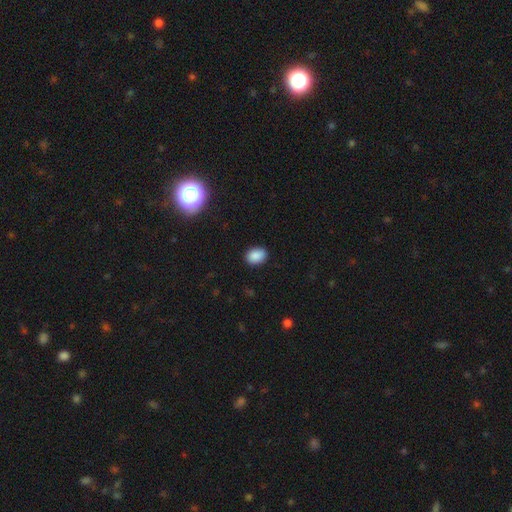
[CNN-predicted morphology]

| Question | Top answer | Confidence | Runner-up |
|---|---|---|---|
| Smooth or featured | smooth | 88% | star or artifact (9%) |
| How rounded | in between | 76% | round (23%) |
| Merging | none | 88% | minor disturbance (9%) |